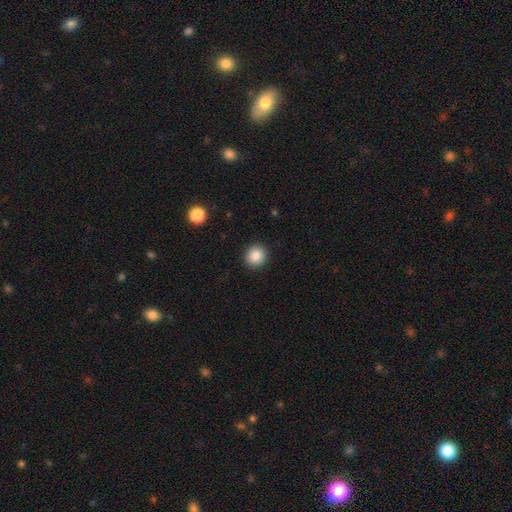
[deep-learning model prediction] smooth-or-featured: smooth: 86% | star or artifact: 9% | featured or disk: 4%
  how-rounded: round: 89% | in between: 10% | cigar-shaped: 1%
  merging: none: 92% | minor disturbance: 6% | major disturbance: 2% | merger: 1%